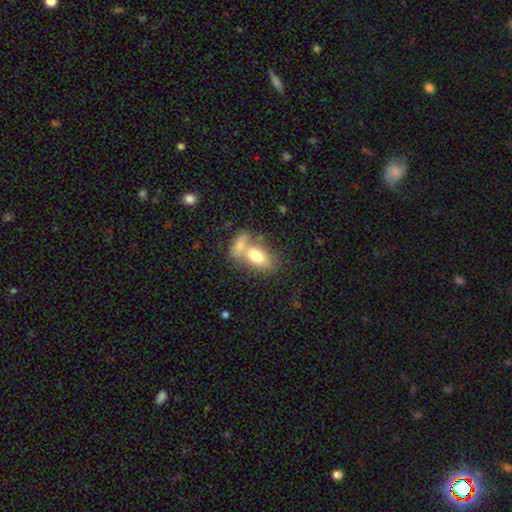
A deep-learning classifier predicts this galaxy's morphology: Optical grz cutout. It shows a smooth galaxy with no disk features (75%) that is in between round and cigar-shaped (88%). Merging: merger (53%).